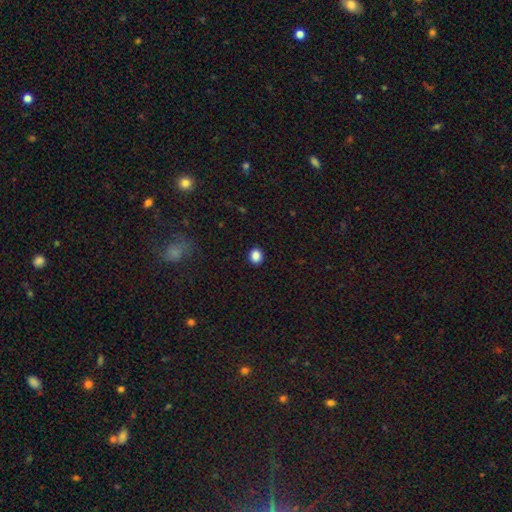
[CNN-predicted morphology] A smooth galaxy with no disk features (87%) that is round (71%). Merging: none (91%).